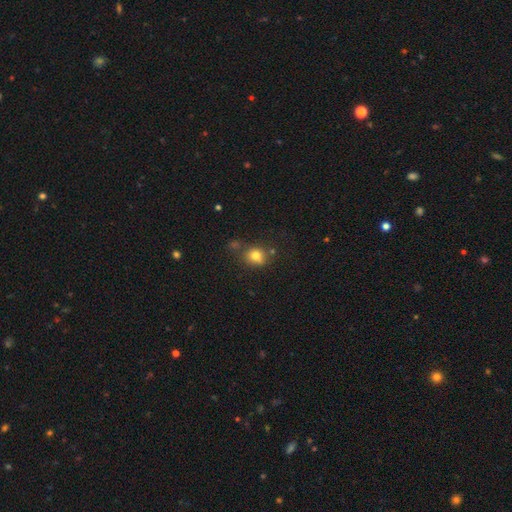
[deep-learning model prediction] Morphology: type=smooth (78%); roundness=round (72%); merging=none (62%).